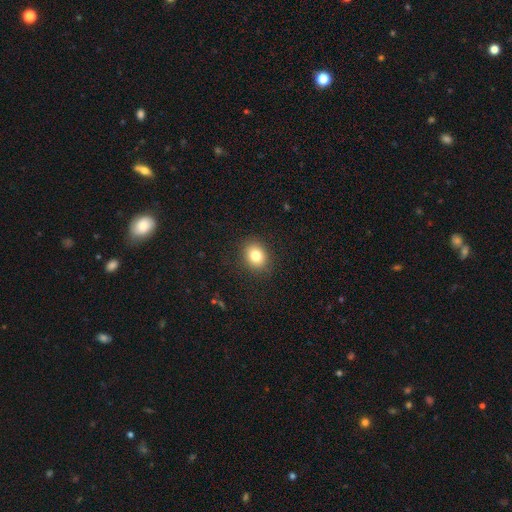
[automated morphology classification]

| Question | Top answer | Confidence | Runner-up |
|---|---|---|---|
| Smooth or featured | smooth | 81% | star or artifact (11%) |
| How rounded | round | 59% | in between (40%) |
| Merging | none | 88% | minor disturbance (8%) |